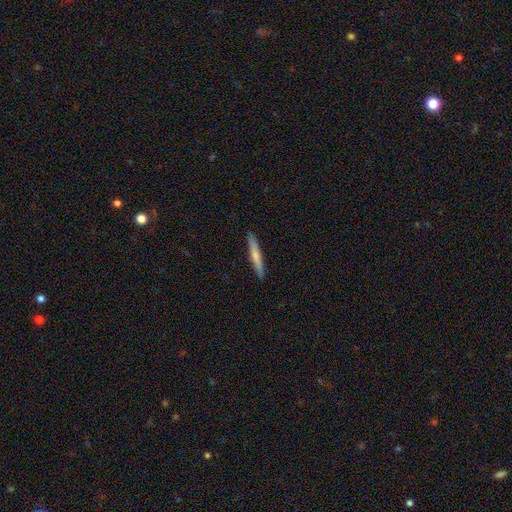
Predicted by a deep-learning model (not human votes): Overall: smooth (64%; featured or disk 31%). How rounded: cigar-shaped (95%). Merging: none (91%).